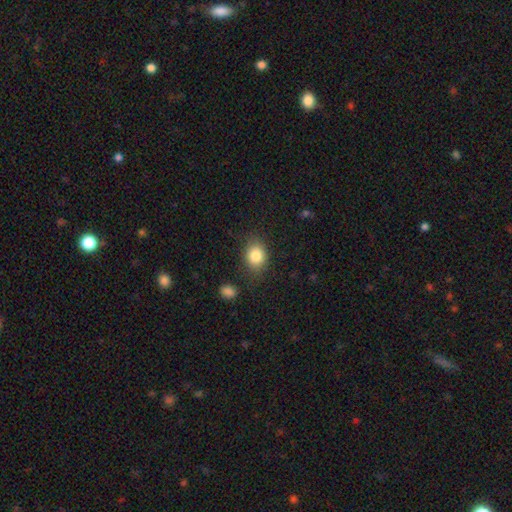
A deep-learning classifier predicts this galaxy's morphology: This is clearly a smooth galaxy (83%). How rounded: possibly in between (53%). Merging: likely none (77%).